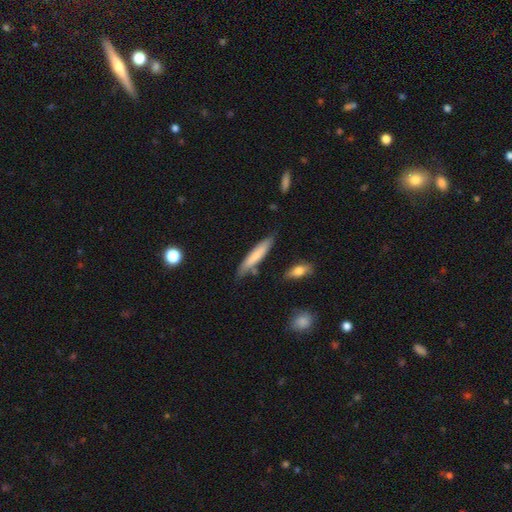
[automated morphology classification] The model was most divided on "smooth or featured": smooth: 73%, featured or disk: 21%, star or artifact: 6%. More confident: how rounded — cigar-shaped (87%); merging — none (77%).